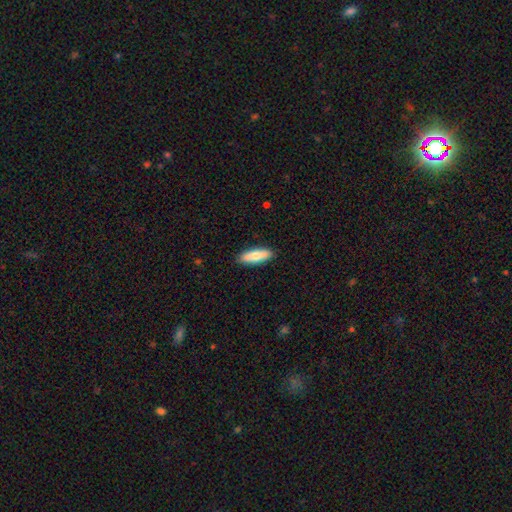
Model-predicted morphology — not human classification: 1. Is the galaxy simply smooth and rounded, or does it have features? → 77% smooth, 17% featured or disk, 5% star or artifact.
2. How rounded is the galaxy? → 51% in between, 47% cigar-shaped, 2% round.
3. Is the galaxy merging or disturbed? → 89% none, 8% minor disturbance, 2% major disturbance, 1% merger.